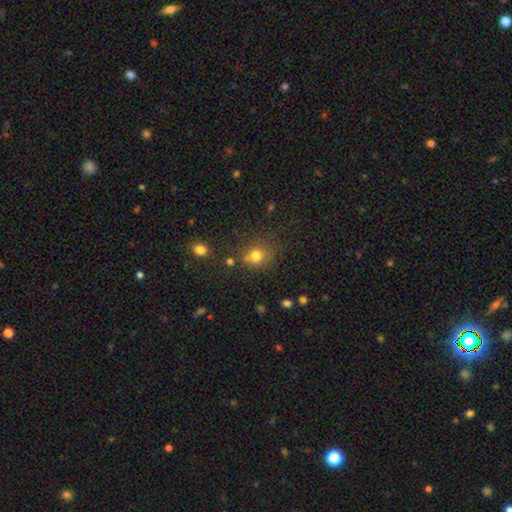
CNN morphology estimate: Smooth or featured? smooth (77%)
How rounded? round (75%)
Merging? none (64%)